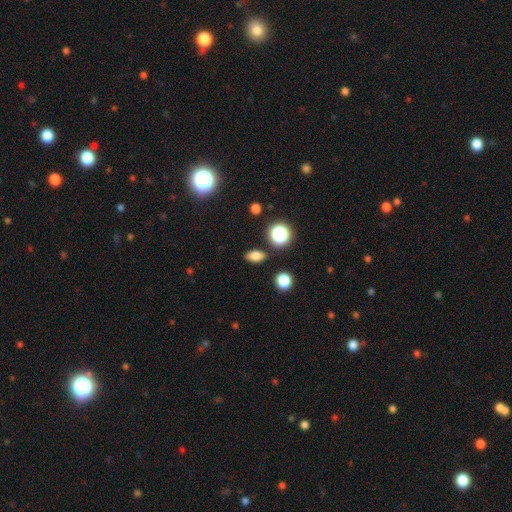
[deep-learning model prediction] smooth 77%, star or artifact 16%, featured or disk 7%. Down the decision tree: how rounded — in between (82%); merging — none (85%).